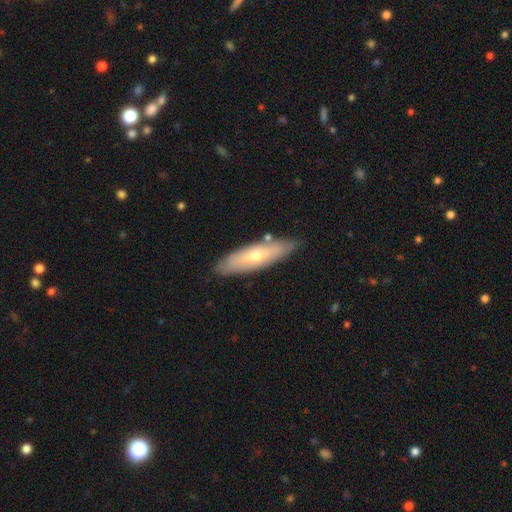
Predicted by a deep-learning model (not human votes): The model was most divided on "smooth or featured": smooth: 48%, featured or disk: 46%, star or artifact: 6%. More confident: merging — none (82%).